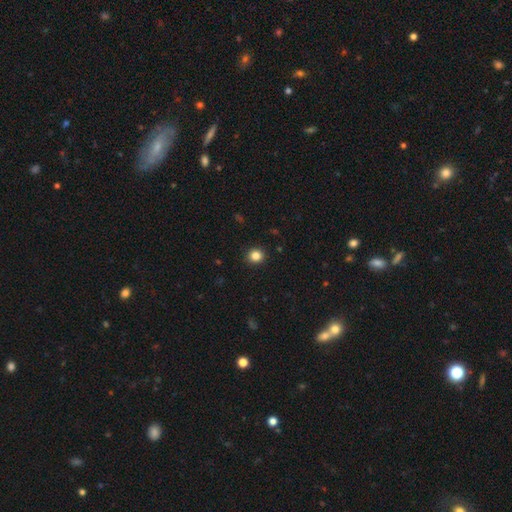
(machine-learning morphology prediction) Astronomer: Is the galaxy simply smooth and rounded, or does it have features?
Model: smooth — 85%.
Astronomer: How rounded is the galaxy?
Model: round — 89%.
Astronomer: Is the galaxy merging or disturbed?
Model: none — 93%.